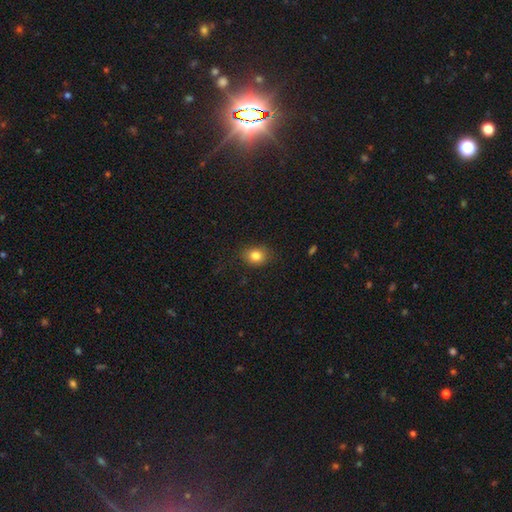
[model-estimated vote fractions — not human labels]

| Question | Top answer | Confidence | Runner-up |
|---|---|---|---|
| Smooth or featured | smooth | 82% | star or artifact (11%) |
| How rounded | round | 52% | in between (47%) |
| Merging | none | 84% | minor disturbance (12%) |